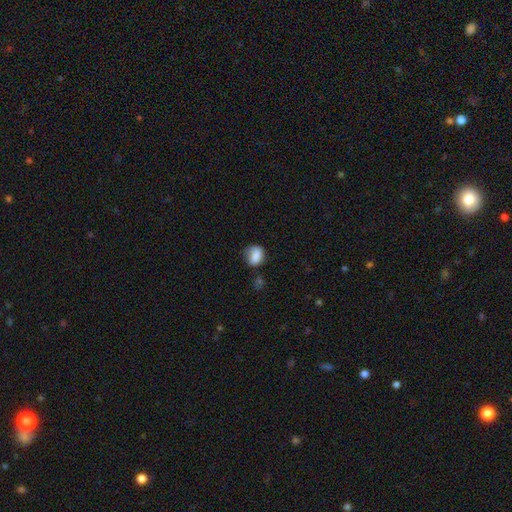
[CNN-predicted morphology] The model was most divided on "merging": none: 47%, minor disturbance: 33%, major disturbance: 14%, merger: 5%. More confident: smooth or featured — smooth (82%); how rounded — in between (59%).